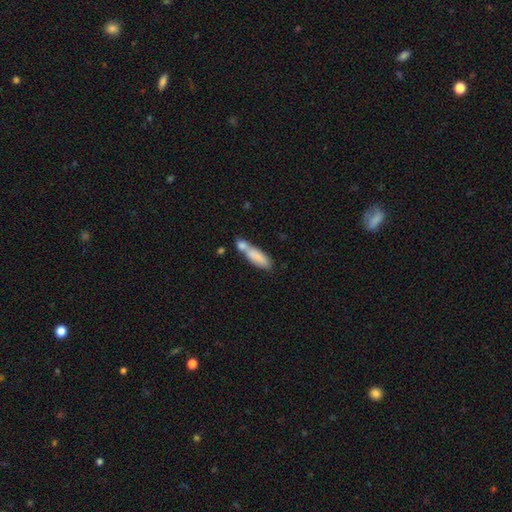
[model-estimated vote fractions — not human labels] smooth_or_featured: smooth (p=0.75) [alt: featured or disk p=0.18]
how_rounded: in between (p=0.56) [alt: cigar-shaped p=0.42]
merging: merger (p=0.56) [alt: none p=0.26]